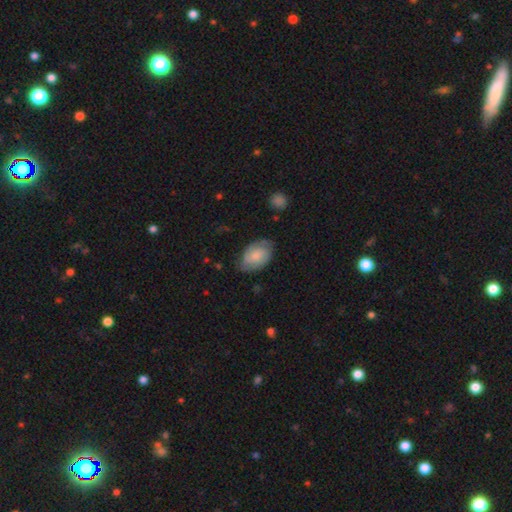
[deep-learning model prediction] This is possibly a smooth galaxy (49%). Merging: likely none (66%).